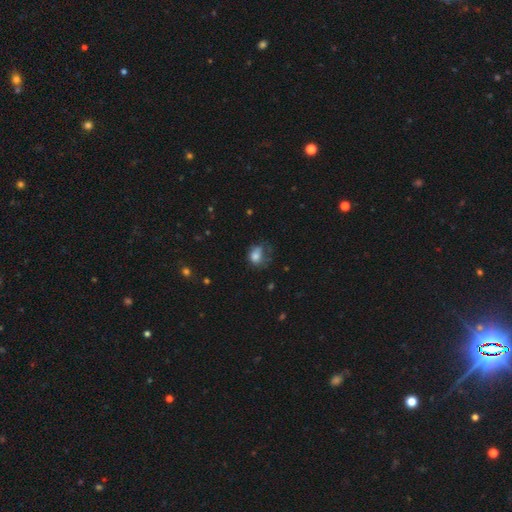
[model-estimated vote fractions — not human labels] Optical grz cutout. It shows a smooth galaxy with no disk features (71%) that is in between round and cigar-shaped (60%). Merging: major disturbance (35%).